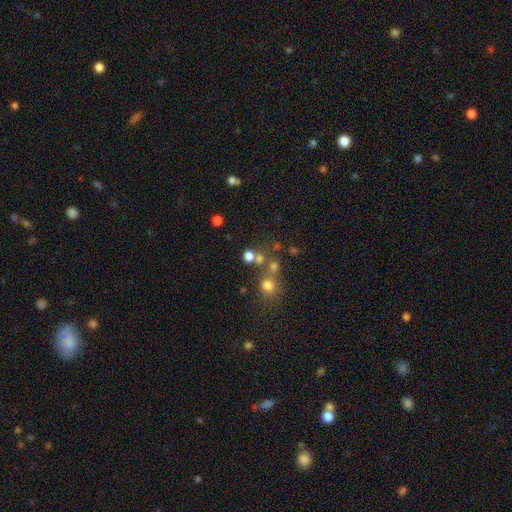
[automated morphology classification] Smooth or featured: smooth — 48% (star or artifact — 39%)
Merging: none — 59% (merger — 28%)